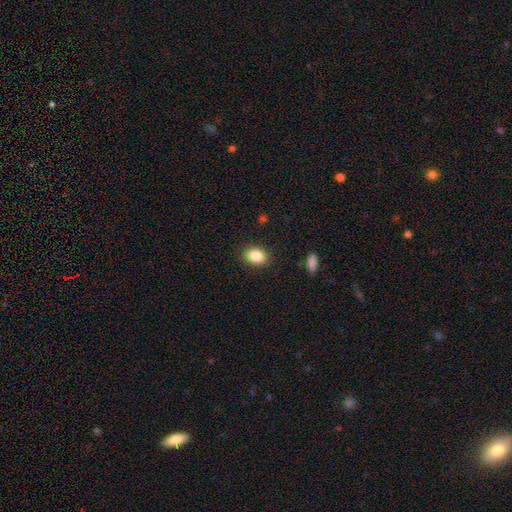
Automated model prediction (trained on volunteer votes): A smooth galaxy with no disk features (86%) that is in between round and cigar-shaped (71%).

Vote fractions:
- Smooth or featured? smooth: 86% / star or artifact: 8% / featured or disk: 5%
- How rounded? in between: 71% / round: 28% / cigar-shaped: 1%
- Merging? none: 87% / minor disturbance: 9% / major disturbance: 3% / merger: 1%